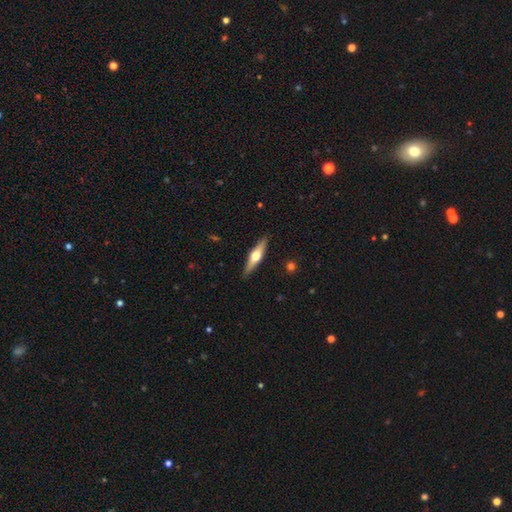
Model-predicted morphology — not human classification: featured or disk 61%, smooth 34%, star or artifact 5%. Down the decision tree: edge-on disk — yes (95%); edge-on bulge — rounded (95%); merging — none (90%).